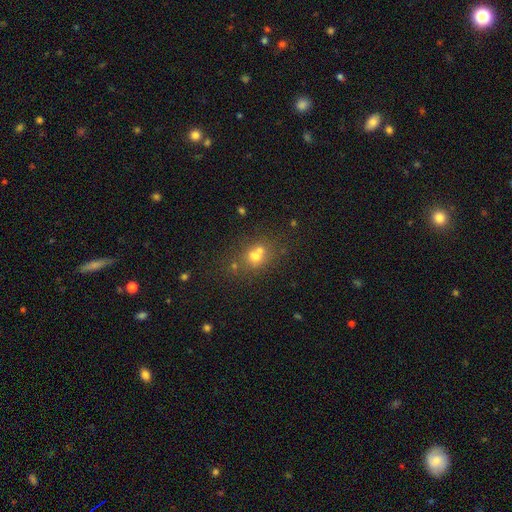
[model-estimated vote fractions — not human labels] smooth_or_featured: smooth (p=0.59) [alt: featured or disk p=0.21]
how_rounded: round (p=0.68) [alt: in between p=0.31]
merging: merger (p=0.46) [alt: none p=0.41]